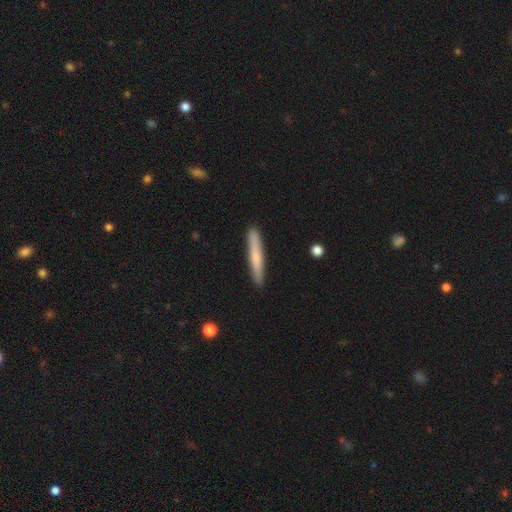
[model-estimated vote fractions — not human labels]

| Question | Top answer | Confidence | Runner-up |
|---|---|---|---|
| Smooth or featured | smooth | 66% | featured or disk (29%) |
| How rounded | cigar-shaped | 95% | in between (4%) |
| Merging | none | 90% | minor disturbance (7%) |